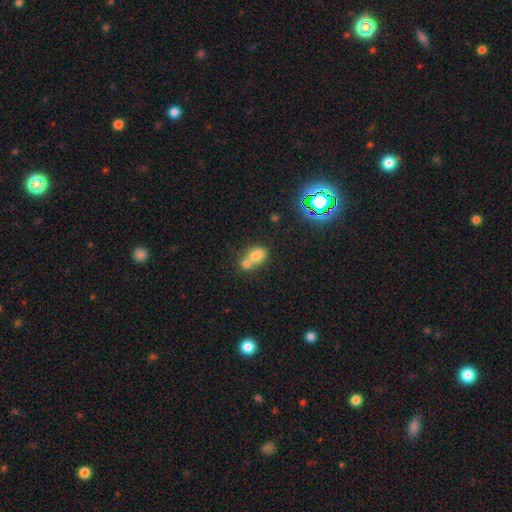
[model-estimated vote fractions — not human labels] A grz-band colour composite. It shows a smooth galaxy with no disk features (71%) that is in between round and cigar-shaped (71%). Merging: merger (62%).